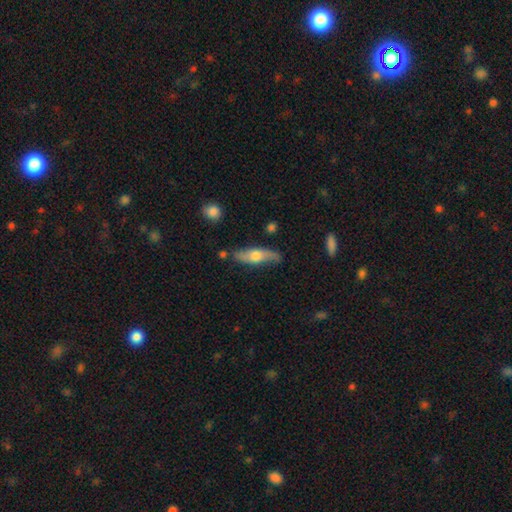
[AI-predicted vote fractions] Overall: smooth (47%, tied with featured or disk). Merging: none (74%).